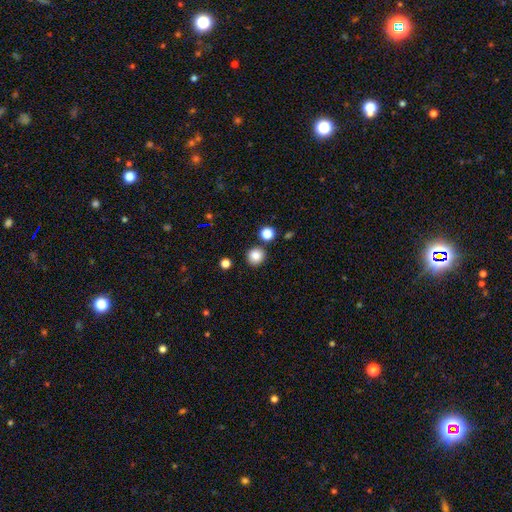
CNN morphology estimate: Smooth or featured: smooth — 84% (star or artifact — 11%)
How rounded: round — 91% (in between — 8%)
Merging: none — 86% (minor disturbance — 7%)